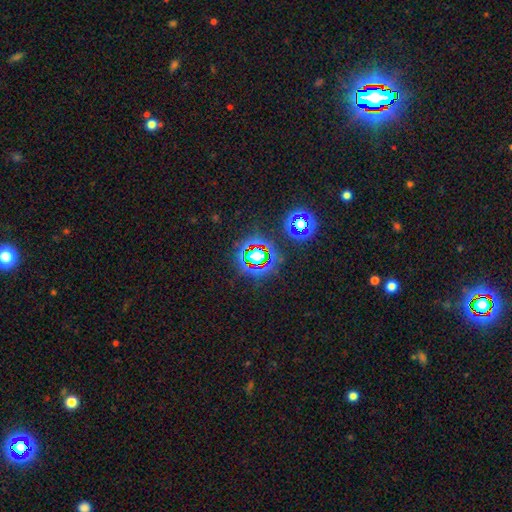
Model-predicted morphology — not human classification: Smooth or featured? star or artifact (67%)